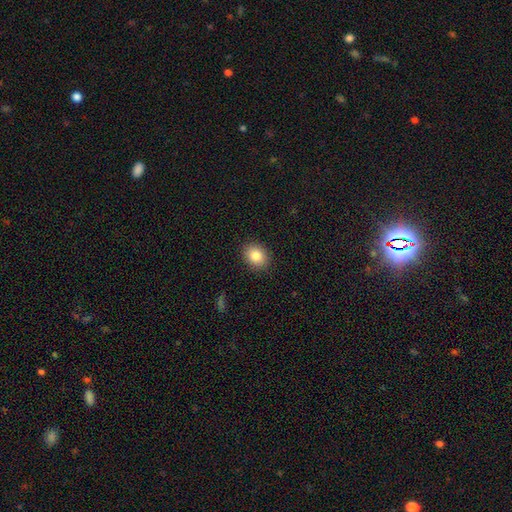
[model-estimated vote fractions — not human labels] Q: Smooth or featured?
A: smooth (84%); runner-up: star or artifact (9%)
Q: How rounded?
A: round (51%); runner-up: in between (48%)
Q: Merging?
A: none (89%); runner-up: minor disturbance (8%)